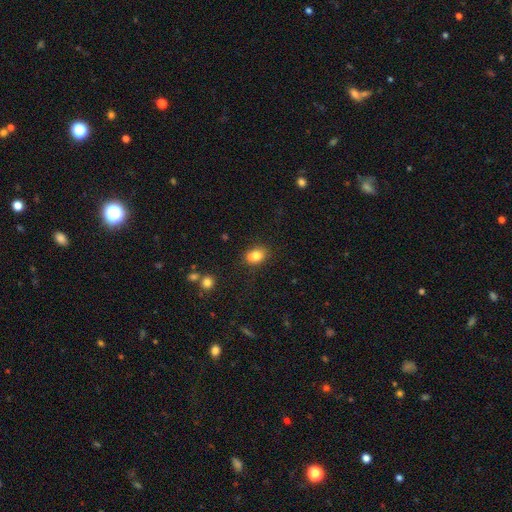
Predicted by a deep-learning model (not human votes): A smooth galaxy with no disk features (82%) that is in between round and cigar-shaped (64%).

Vote fractions:
- Smooth or featured? smooth: 82% / star or artifact: 10% / featured or disk: 8%
- How rounded? in between: 64% / round: 35% / cigar-shaped: 1%
- Merging? none: 78% / minor disturbance: 15% / merger: 4% / major disturbance: 3%